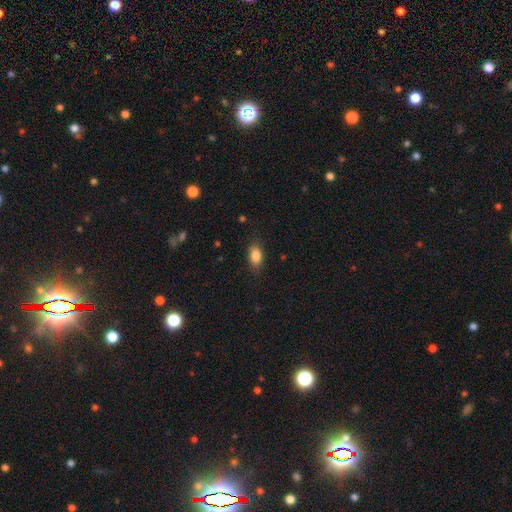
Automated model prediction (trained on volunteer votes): smooth_or_featured: smooth (p=0.85) [alt: star or artifact p=0.08]
how_rounded: in between (p=0.87) [alt: round p=0.09]
merging: none (p=0.80) [alt: minor disturbance p=0.15]